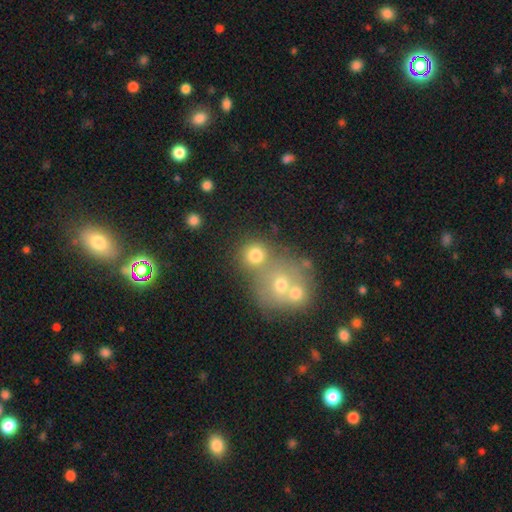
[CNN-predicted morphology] Smooth or featured: smooth — 73% (star or artifact — 14%)
How rounded: round — 84% (in between — 15%)
Merging: none — 46% (merger — 42%)